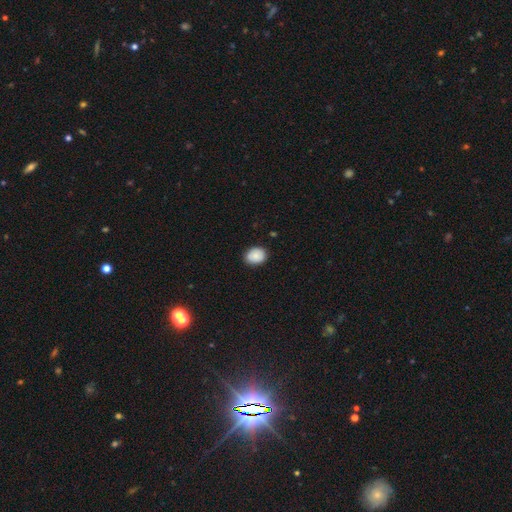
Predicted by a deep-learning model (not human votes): A smooth galaxy with no disk features (86%) that is in between round and cigar-shaped (54%).

Vote fractions:
- Smooth or featured? smooth: 86% / star or artifact: 8% / featured or disk: 7%
- How rounded? in between: 54% / round: 45% / cigar-shaped: 1%
- Merging? none: 85% / minor disturbance: 12% / major disturbance: 2% / merger: 1%